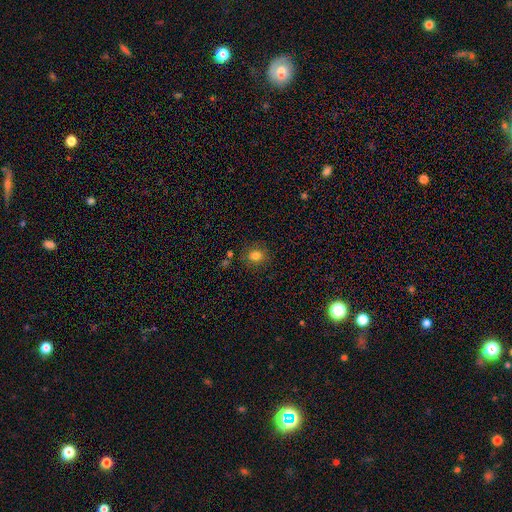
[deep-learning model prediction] Morphology: type=smooth (81%); roundness=round (78%); merging=none (83%).